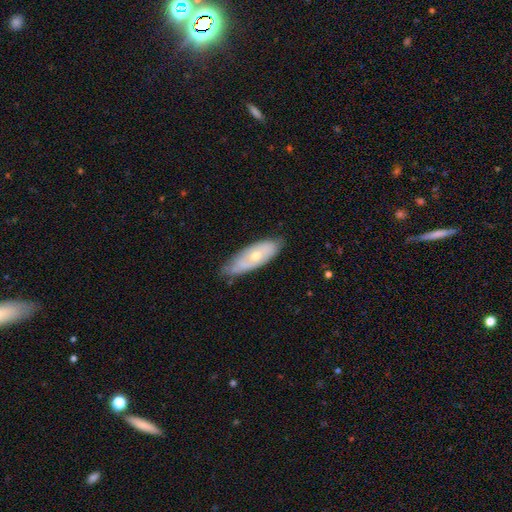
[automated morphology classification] A featured or disk galaxy (47%, tied with smooth). Merging: none (67%).